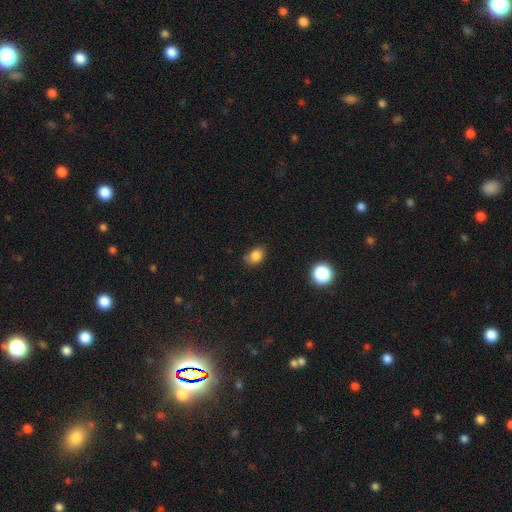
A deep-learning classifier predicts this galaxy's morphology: A smooth galaxy with no disk features (82%) that is in between round and cigar-shaped (60%). Merging: none (63%).